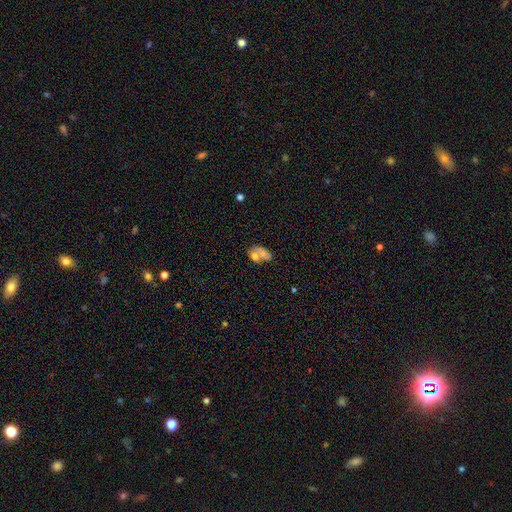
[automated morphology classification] A smooth galaxy with no disk features (58%) that is in between round and cigar-shaped (80%). Merging: merger (43%).